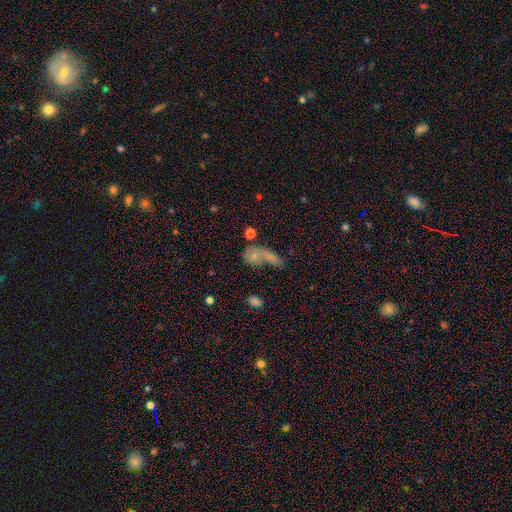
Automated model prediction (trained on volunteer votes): This appears to be a smooth galaxy with no disk features (64%) that is in between round and cigar-shaped (58%). Merging: merger (45%).